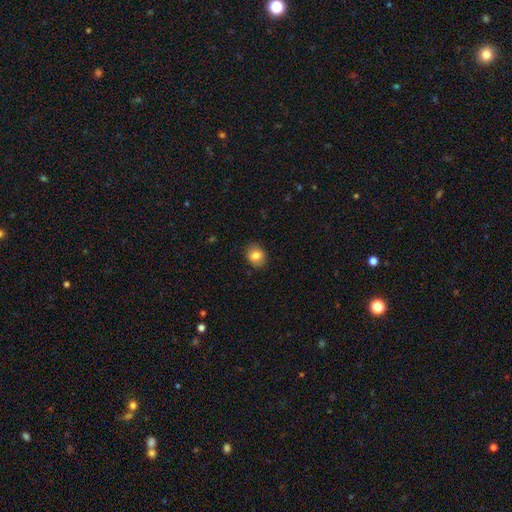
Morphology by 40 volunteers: Smooth or featured: smooth — 75% (featured or disk — 18%)
How rounded: round — 67% (in between — 33%)
Merging: none — 84% (major disturbance — 11%)